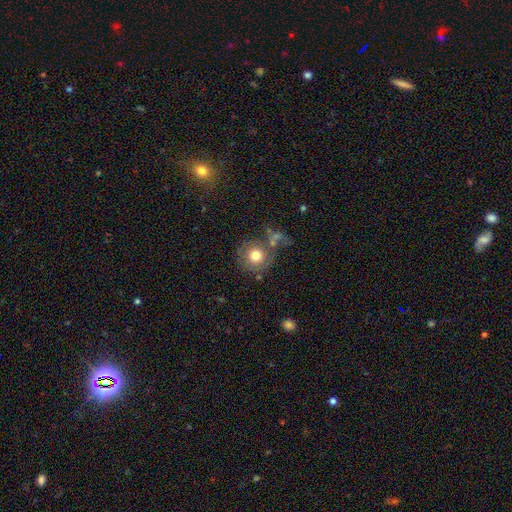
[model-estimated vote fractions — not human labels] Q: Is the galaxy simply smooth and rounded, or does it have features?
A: smooth — 71%.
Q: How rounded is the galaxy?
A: round — 92%.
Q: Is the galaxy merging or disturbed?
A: none — 59%.